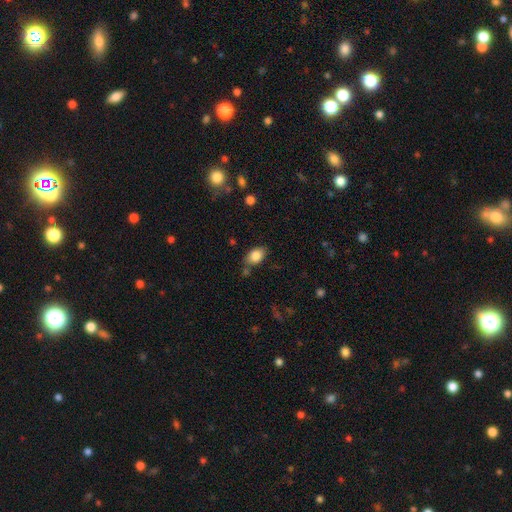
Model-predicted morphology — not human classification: Smooth or featured? Predicted: smooth (p=0.84). How rounded? Predicted: in between (p=0.86). Merging? Predicted: none (p=0.73).